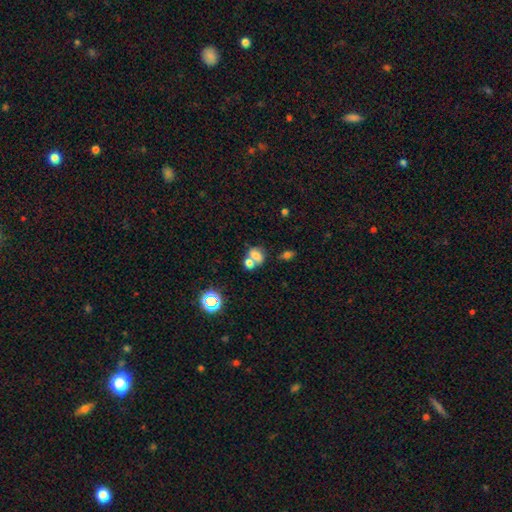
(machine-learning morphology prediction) smooth 67%, star or artifact 17%, featured or disk 16%. Down the decision tree: how rounded — in between (65%); merging — merger (55%).